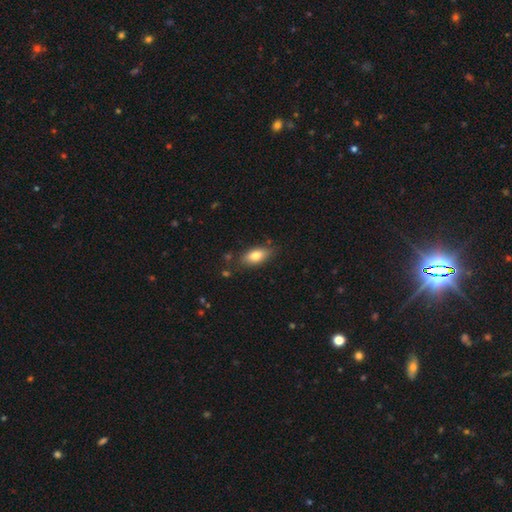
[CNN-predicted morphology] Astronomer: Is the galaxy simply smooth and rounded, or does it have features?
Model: smooth — 79%.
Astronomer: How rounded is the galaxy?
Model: in between — 88%.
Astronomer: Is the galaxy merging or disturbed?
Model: none — 79%.